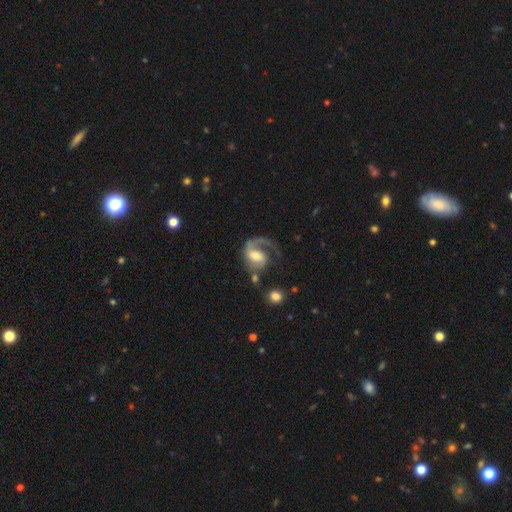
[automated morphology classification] smooth-or-featured: featured or disk: 82% | smooth: 13% | star or artifact: 5%
  disk-edge-on: no: 98% | yes: 2%
    bar: weak: 46% | no: 34% | strong: 20%
    has-spiral-arms: yes: 94% | no: 6%
      spiral-winding: medium: 46% | loose: 34% | tight: 21%
      spiral-arm-count: 1: 65% | 2: 28% | can't tell: 3% | 3: 1% | 4: 1% | more than 4: 1%
    bulge-size: moderate: 59% | small: 26% | large: 11% | none: 3% | dominant: 2%
  merging: none: 44% | major disturbance: 33% | minor disturbance: 16% | merger: 8%